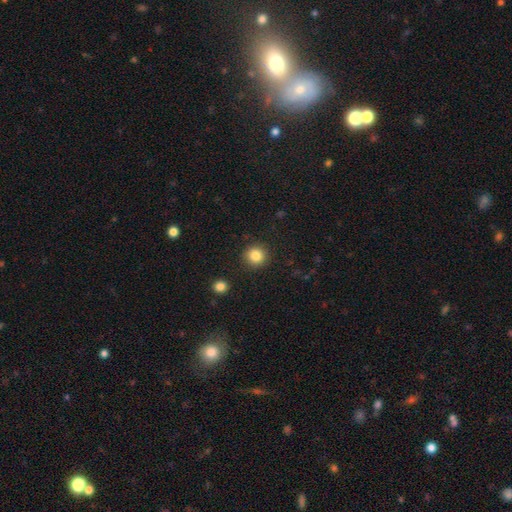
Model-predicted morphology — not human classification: Q: Smooth or featured?
A: smooth (85%); runner-up: star or artifact (10%)
Q: How rounded?
A: round (92%); runner-up: in between (7%)
Q: Merging?
A: none (90%); runner-up: minor disturbance (6%)